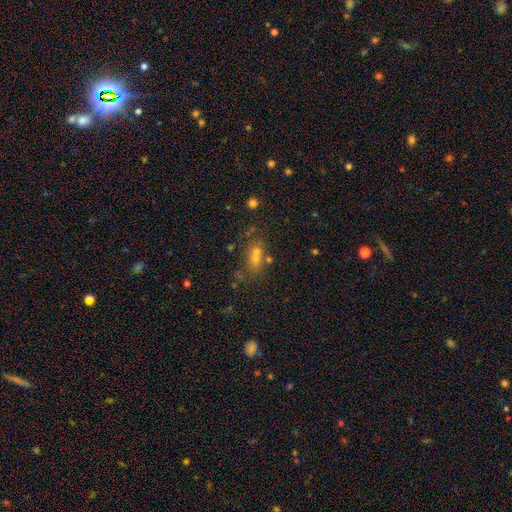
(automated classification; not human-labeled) The model was most divided on "smooth or featured": smooth: 47%, star or artifact: 32%, featured or disk: 21%. More confident: merging — none (51%).